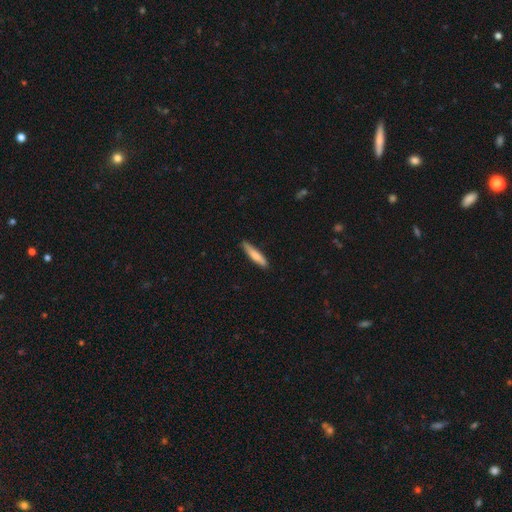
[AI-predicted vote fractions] smooth 76%, featured or disk 19%, star or artifact 5%. Down the decision tree: how rounded — cigar-shaped (87%); merging — none (82%).